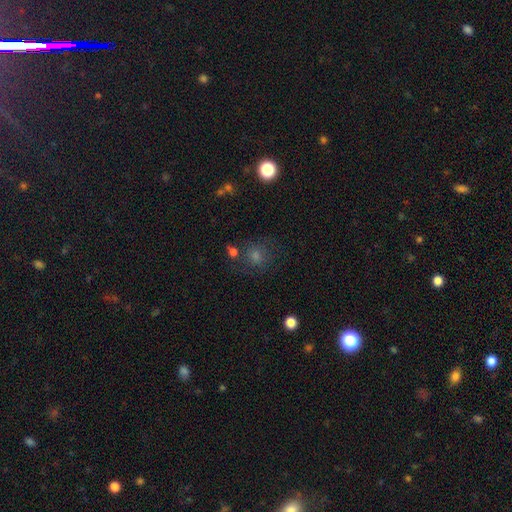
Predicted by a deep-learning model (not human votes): This appears to be a smooth galaxy with no disk features (57%) that is round (84%). Merging: none (72%).